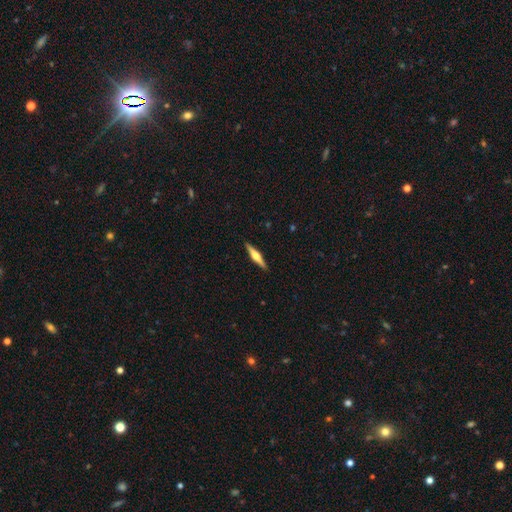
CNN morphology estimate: Smooth or featured? featured or disk (67%)
Edge-on disk? yes (98%)
Edge-on bulge? rounded (91%)
Merging? none (91%)